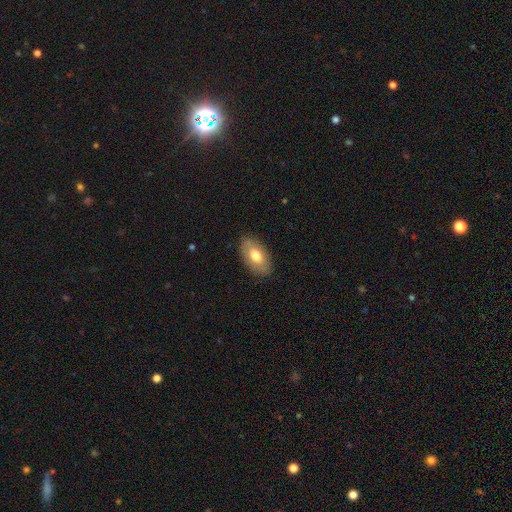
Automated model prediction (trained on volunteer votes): This appears to be a smooth galaxy with no disk features (70%) that is in between round and cigar-shaped (93%). Merging: none (85%).